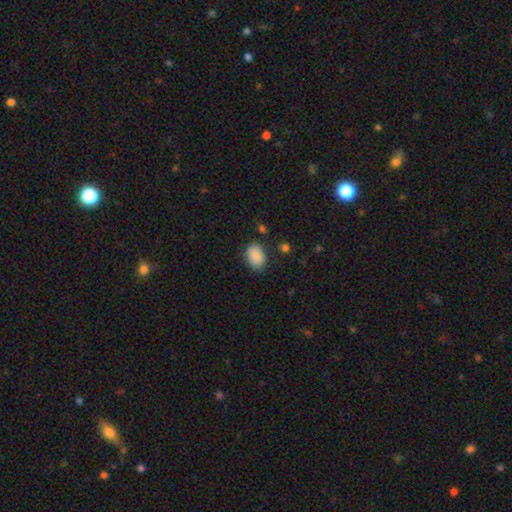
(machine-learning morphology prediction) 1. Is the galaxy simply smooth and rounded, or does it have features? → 88% smooth, 7% star or artifact, 5% featured or disk.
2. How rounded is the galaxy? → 81% in between, 18% round, 1% cigar-shaped.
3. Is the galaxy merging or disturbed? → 80% none, 15% minor disturbance, 3% major disturbance, 2% merger.